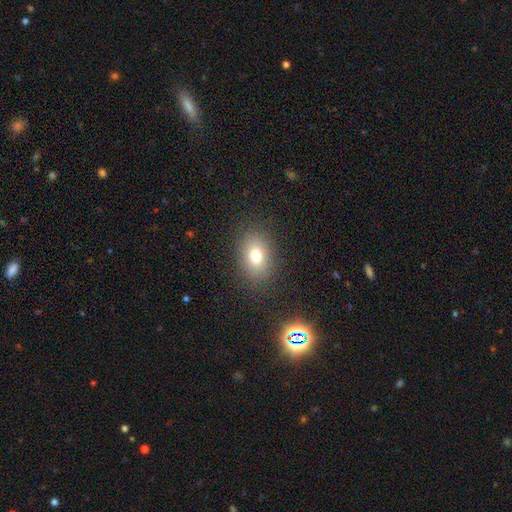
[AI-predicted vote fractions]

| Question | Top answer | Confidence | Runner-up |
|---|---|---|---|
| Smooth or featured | smooth | 75% | star or artifact (13%) |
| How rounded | in between | 70% | round (28%) |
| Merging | none | 85% | minor disturbance (9%) |